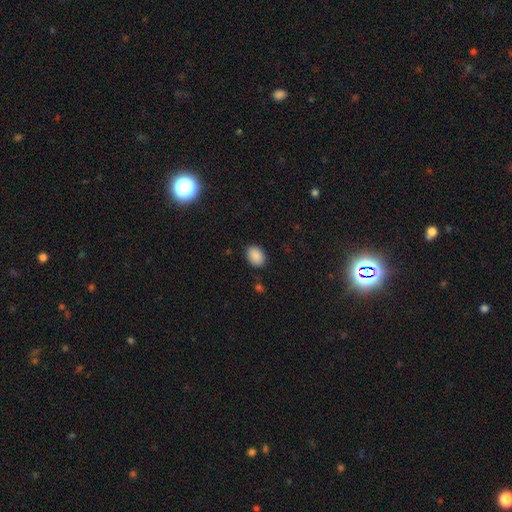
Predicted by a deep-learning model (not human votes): This appears to be a smooth galaxy with no disk features (89%) that is in between round and cigar-shaped (75%). Merging: none (86%).